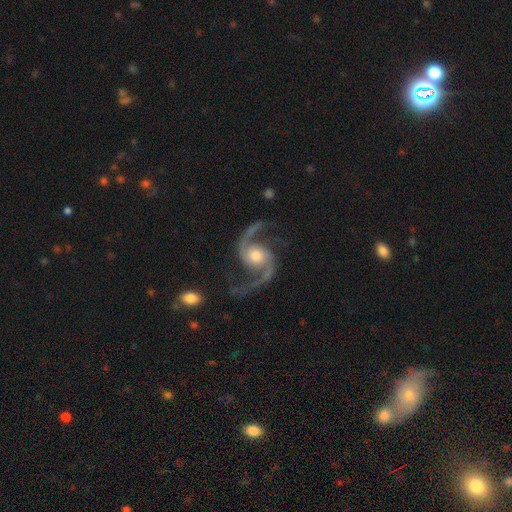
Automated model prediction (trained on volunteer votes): Q: Smooth or featured?
A: featured or disk (94%); runner-up: star or artifact (4%)
Q: Edge-on disk?
A: no (98%); runner-up: yes (2%)
Q: Bar?
A: no (66%); runner-up: weak (27%)
Q: Spiral arms?
A: yes (99%); runner-up: no (1%)
Q: Spiral winding?
A: loose (50%); runner-up: medium (43%)
Q: Spiral arm count?
A: 2 (95%); runner-up: 3 (1%)
Q: Bulge size?
A: moderate (61%); runner-up: large (21%)
Q: Merging?
A: none (77%); runner-up: minor disturbance (14%)